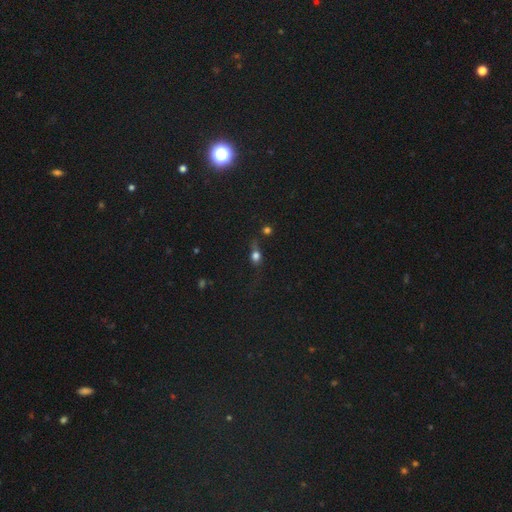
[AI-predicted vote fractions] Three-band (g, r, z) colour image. It shows a smooth galaxy with no disk features (62%) that is round (54%). Merging: none (45%).